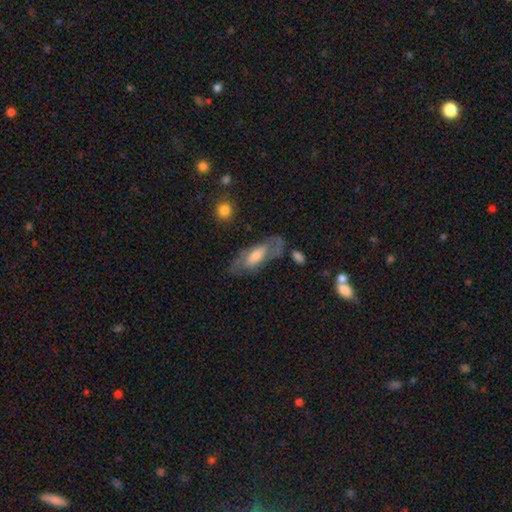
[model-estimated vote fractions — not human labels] Smooth or featured?
  - featured or disk: 57% *
  - smooth: 36%
  - star or artifact: 6%
Edge-on disk?
  - no: 80% *
  - yes: 20%
Merging?
  - none: 69% *
  - minor disturbance: 18%
  - major disturbance: 10%
  - merger: 3%